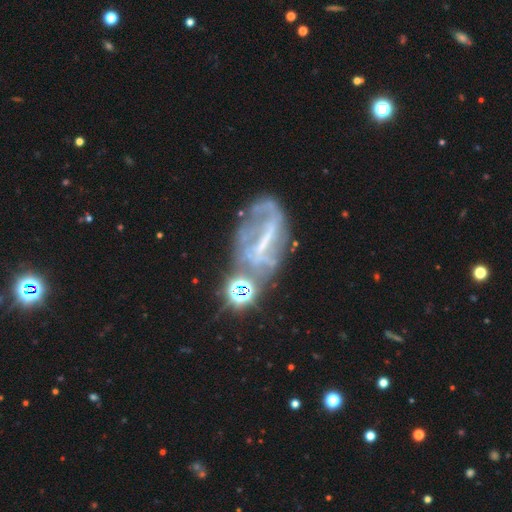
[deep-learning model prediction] Smooth or featured?
  - featured or disk: 68% *
  - star or artifact: 17%
  - smooth: 15%
Edge-on disk?
  - no: 94% *
  - yes: 6%
Bar?
  - strong: 47% *
  - weak: 32%
  - no: 21%
Spiral arms?
  - yes: 52% *
  - no: 48%
Bulge size?
  - none: 51% *
  - small: 31%
  - moderate: 14%
  - large: 2%
  - dominant: 1%
Merging?
  - none: 37% *
  - major disturbance: 29%
  - minor disturbance: 21%
  - merger: 14%